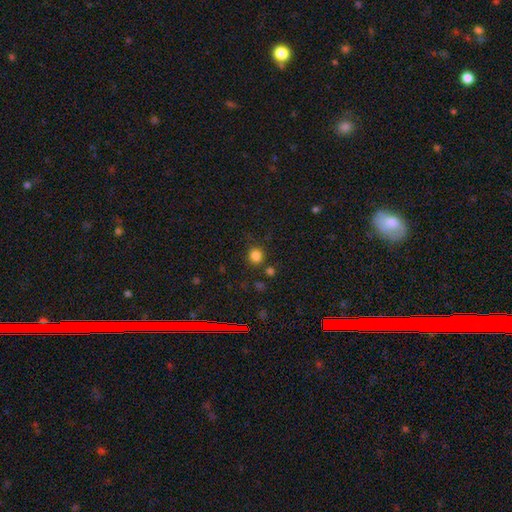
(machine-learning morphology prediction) Smooth or featured: smooth — 81% (star or artifact — 15%)
How rounded: round — 83% (in between — 16%)
Merging: none — 79% (minor disturbance — 11%)